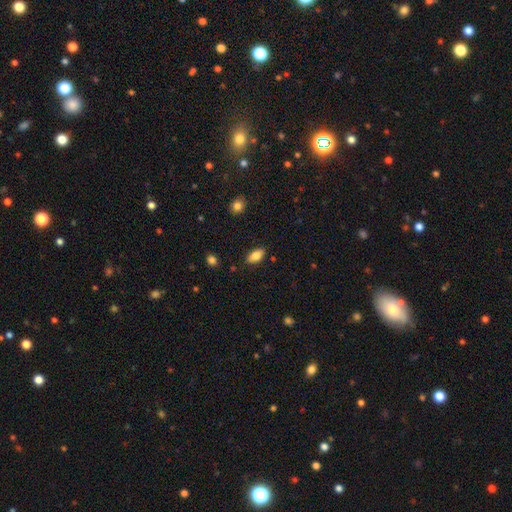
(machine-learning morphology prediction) smooth-or-featured: smooth: 85% | featured or disk: 8% | star or artifact: 8%
  how-rounded: in between: 92% | cigar-shaped: 5% | round: 3%
  merging: none: 85% | minor disturbance: 11% | major disturbance: 2% | merger: 2%